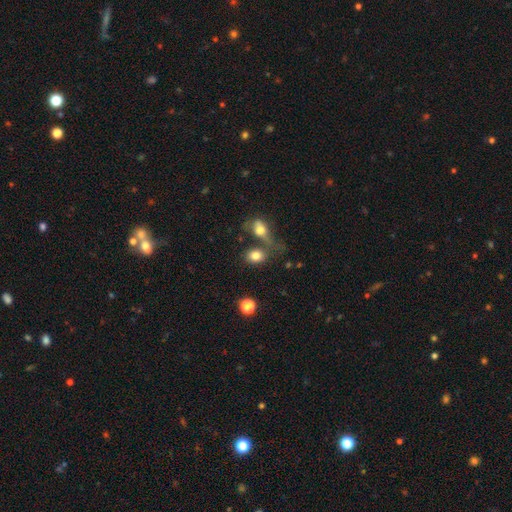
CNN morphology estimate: This is clearly a smooth galaxy (80%). How rounded: likely in between (65%). Merging: possibly none (49%).